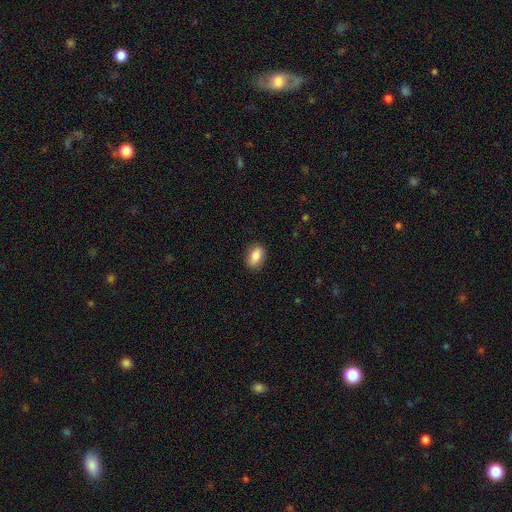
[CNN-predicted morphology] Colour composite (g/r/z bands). It shows a smooth galaxy with no disk features (85%) that is in between round and cigar-shaped (87%). Merging: none (86%).